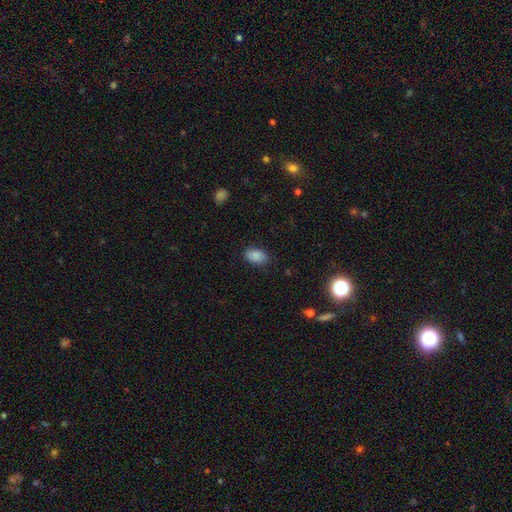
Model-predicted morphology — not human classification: A smooth galaxy with no disk features (87%) that is in between round and cigar-shaped (91%).

Vote fractions:
- Smooth or featured? smooth: 87% / star or artifact: 8% / featured or disk: 5%
- How rounded? in between: 91% / round: 8% / cigar-shaped: 1%
- Merging? none: 82% / minor disturbance: 13% / major disturbance: 3% / merger: 1%